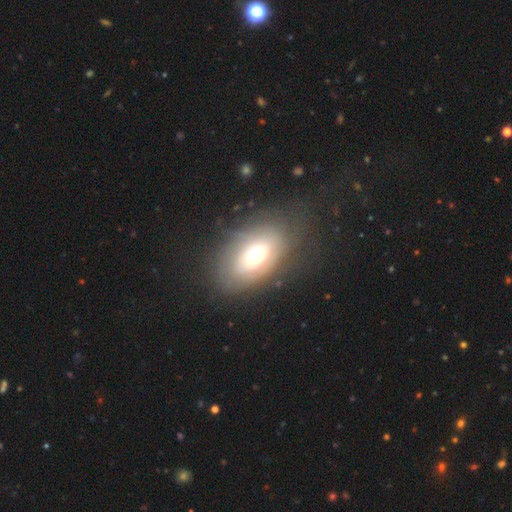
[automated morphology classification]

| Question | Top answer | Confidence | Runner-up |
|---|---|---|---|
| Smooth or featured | smooth | 49% | featured or disk (42%) |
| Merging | none | 67% | minor disturbance (19%) |